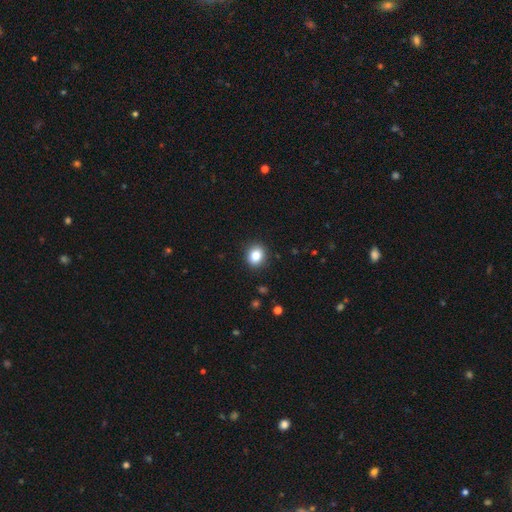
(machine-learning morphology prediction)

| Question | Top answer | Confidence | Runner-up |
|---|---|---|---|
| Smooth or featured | smooth | 84% | star or artifact (10%) |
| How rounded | round | 66% | in between (33%) |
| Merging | none | 91% | minor disturbance (6%) |